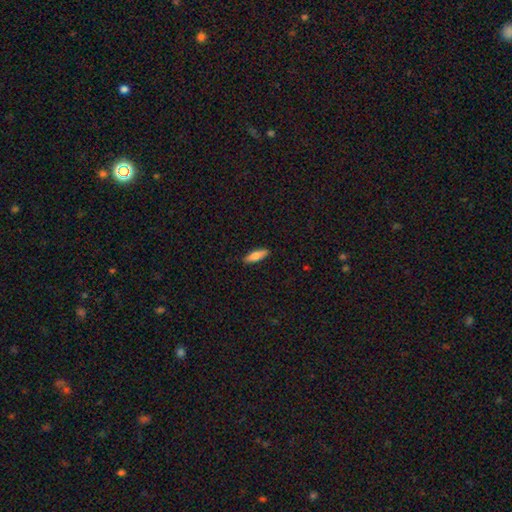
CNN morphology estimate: type=smooth (76%); roundness=in between (51%); merging=none (88%).